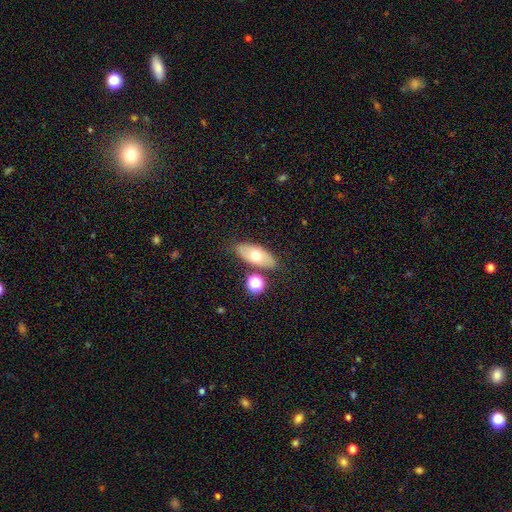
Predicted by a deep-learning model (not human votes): Smooth or featured? smooth (61%)
How rounded? in between (85%)
Merging? none (79%)